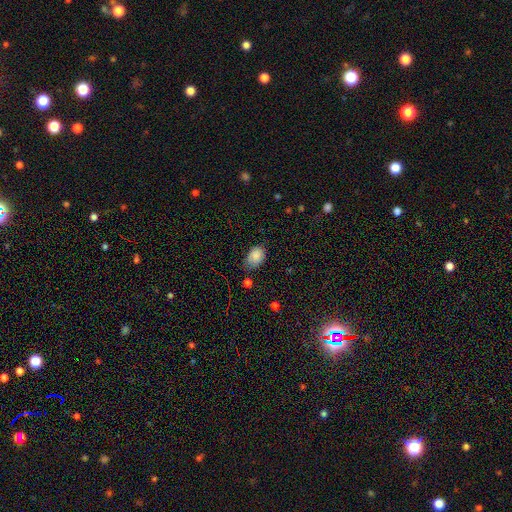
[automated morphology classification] type=smooth (85%); roundness=in between (80%); merging=none (57%).